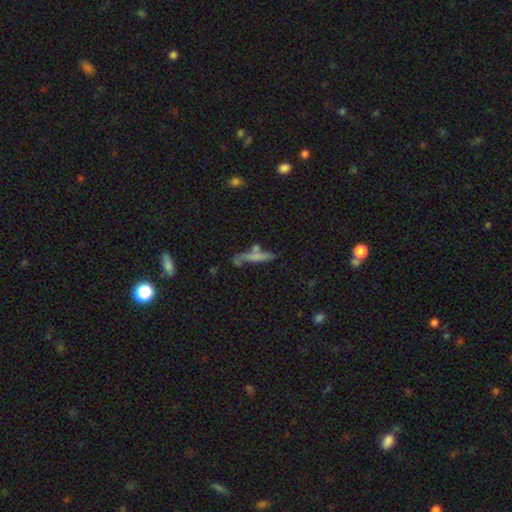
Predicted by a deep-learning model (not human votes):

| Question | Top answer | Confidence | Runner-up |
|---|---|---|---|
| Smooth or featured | smooth | 61% | featured or disk (30%) |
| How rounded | cigar-shaped | 88% | in between (10%) |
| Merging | none | 56% | minor disturbance (19%) |